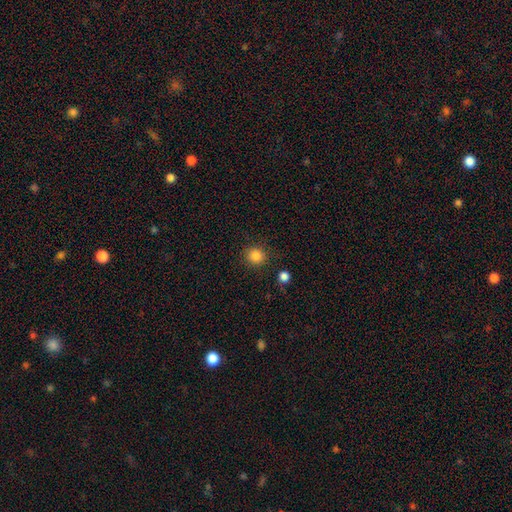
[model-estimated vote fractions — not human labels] Smooth or featured? smooth (85%)
How rounded? round (91%)
Merging? none (87%)